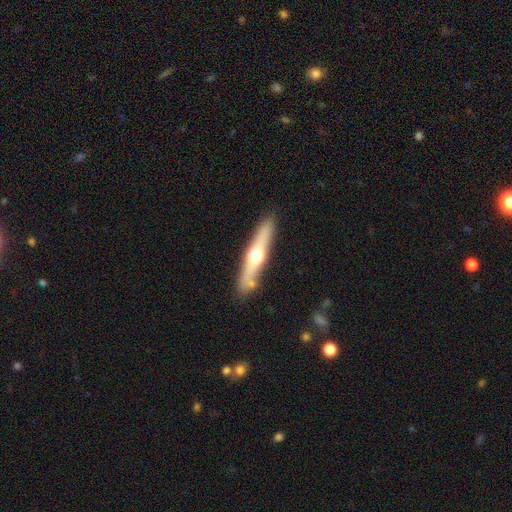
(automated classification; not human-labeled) This is possibly a featured or disk galaxy (57%). It is clearly viewed edge-on (92%). Edge-on bulge: clearly rounded (92%). Merging: clearly none (83%).